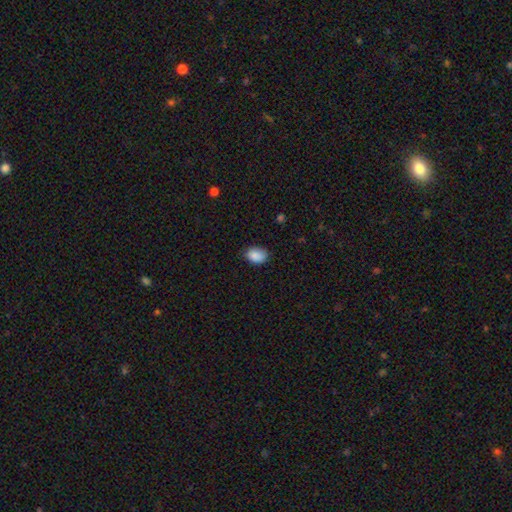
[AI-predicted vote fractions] Smooth or featured?
  - smooth: 89% *
  - star or artifact: 7%
  - featured or disk: 4%
How rounded?
  - in between: 76% *
  - round: 23%
  - cigar-shaped: 1%
Merging?
  - none: 78% *
  - minor disturbance: 18%
  - major disturbance: 3%
  - merger: 1%